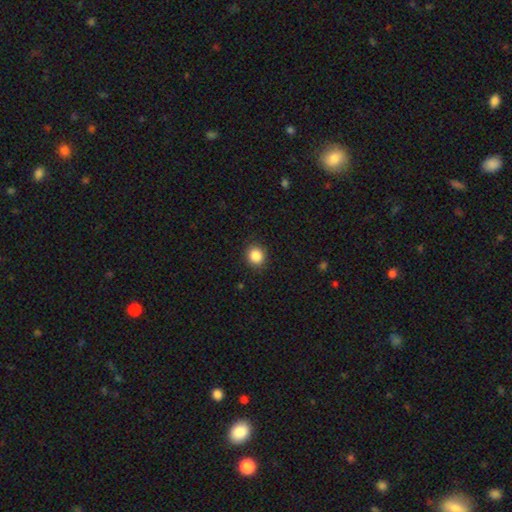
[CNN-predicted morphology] Smooth or featured: smooth — 87% (star or artifact — 9%)
How rounded: round — 81% (in between — 18%)
Merging: none — 90% (minor disturbance — 7%)